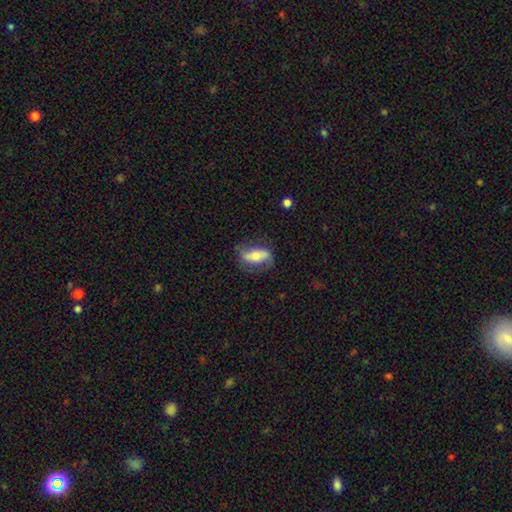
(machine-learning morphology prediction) This appears to be a featured or disk galaxy (50%). Merging: none (67%).